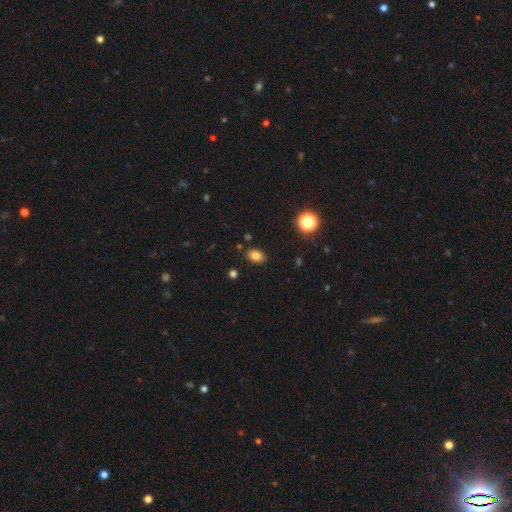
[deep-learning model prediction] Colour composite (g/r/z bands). It shows a smooth galaxy with no disk features (82%) that is in between round and cigar-shaped (80%). Merging: none (85%).